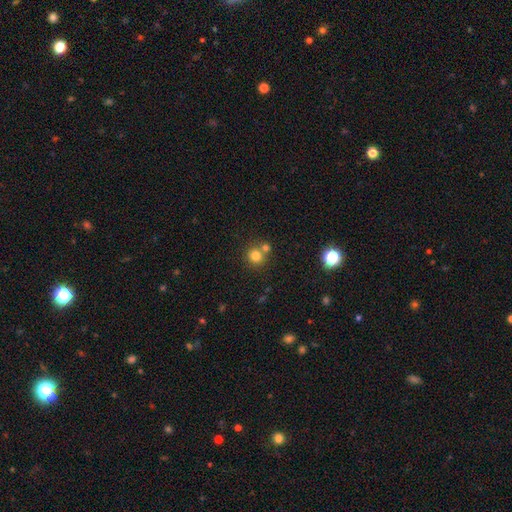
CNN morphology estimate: A smooth galaxy with no disk features (78%) that is round (89%). Merging: none (61%).